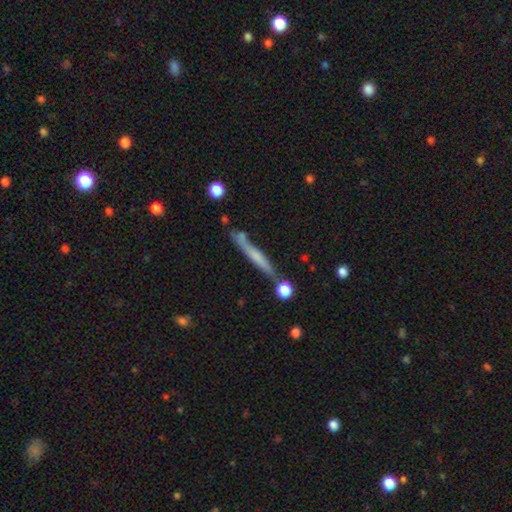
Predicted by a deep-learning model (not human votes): Smooth or featured: featured or disk — 47% (smooth — 46%)
Merging: none — 75% (minor disturbance — 15%)